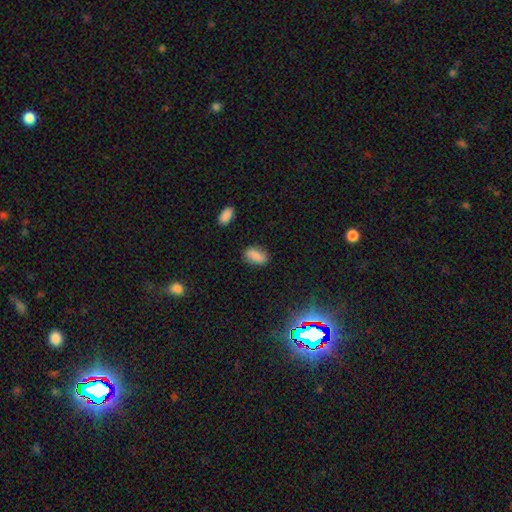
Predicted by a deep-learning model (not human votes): The model was most divided on "merging": none: 78%, minor disturbance: 16%, major disturbance: 3%, merger: 2%. More confident: how rounded — in between (91%); smooth or featured — smooth (83%).